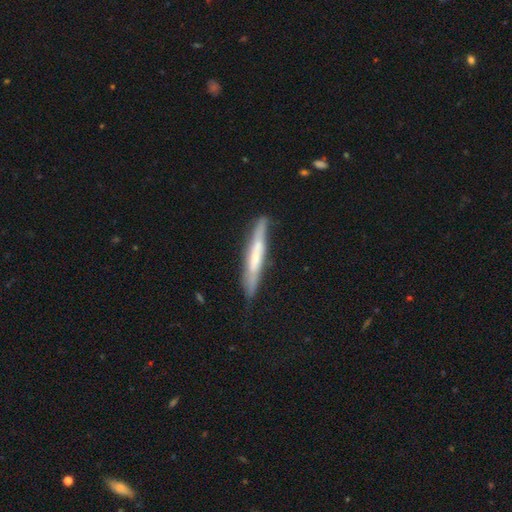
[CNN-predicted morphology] A featured or disk galaxy (56%) viewed edge-on (84%).

Vote fractions:
- Smooth or featured? featured or disk: 56% / smooth: 38% / star or artifact: 6%
- Edge-on disk? yes: 84% / no: 16%
- Merging? none: 79% / minor disturbance: 16% / major disturbance: 3% / merger: 2%